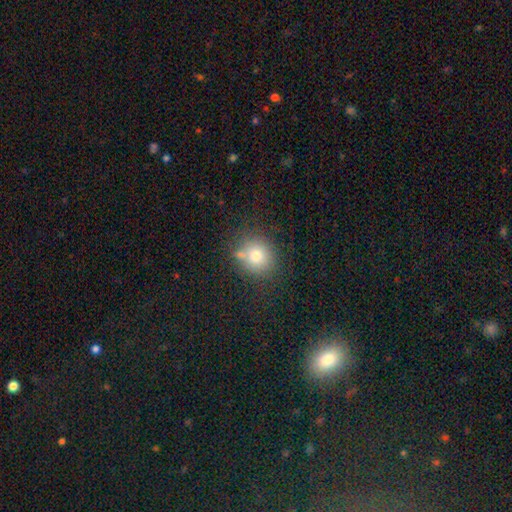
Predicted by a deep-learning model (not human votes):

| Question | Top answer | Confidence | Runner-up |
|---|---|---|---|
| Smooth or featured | smooth | 76% | star or artifact (12%) |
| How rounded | round | 82% | in between (17%) |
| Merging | none | 69% | minor disturbance (14%) |